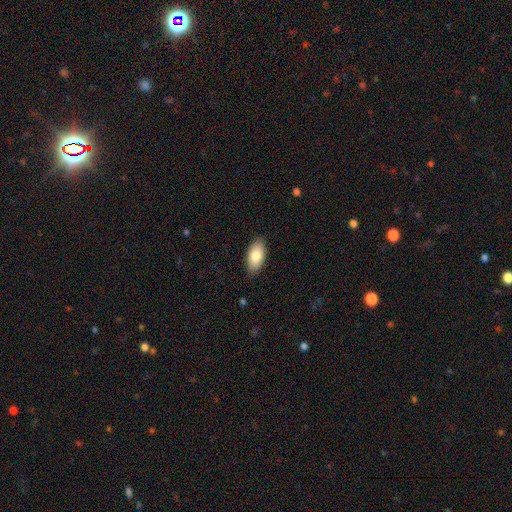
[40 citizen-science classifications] Smooth or featured: smooth — 82% (featured or disk — 10%)
How rounded: in between — 85% (cigar-shaped — 15%)
Merging: none — 89% (minor disturbance — 11%)